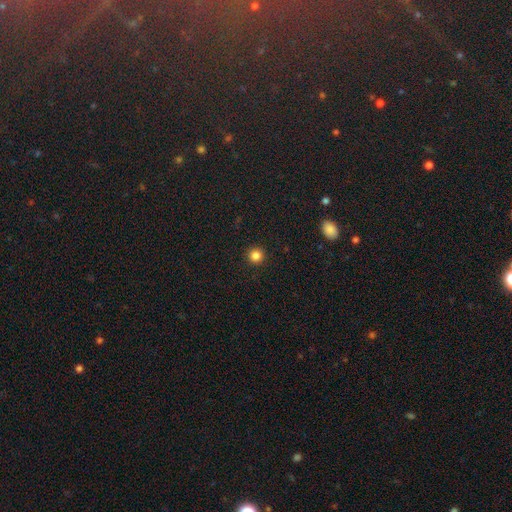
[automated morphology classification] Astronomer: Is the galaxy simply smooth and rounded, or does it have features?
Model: smooth — 84%.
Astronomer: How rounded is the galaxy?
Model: round — 96%.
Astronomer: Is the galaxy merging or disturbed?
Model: none — 93%.